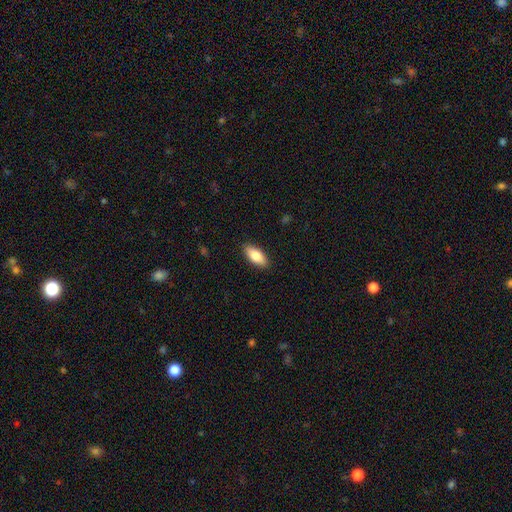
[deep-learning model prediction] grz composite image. It shows a smooth galaxy with no disk features (82%) that is in between round and cigar-shaped (85%). Merging: none (89%).